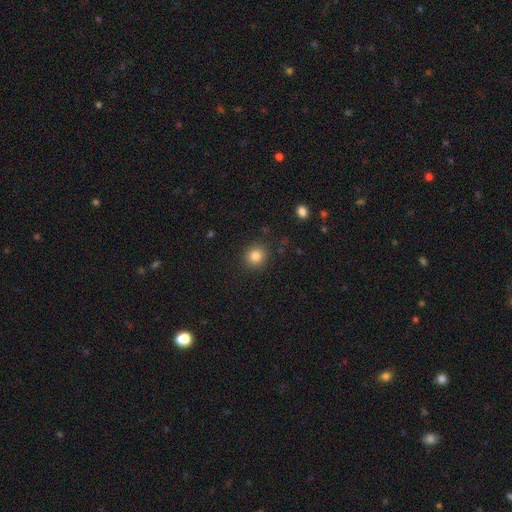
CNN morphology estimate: The model was most divided on "smooth or featured": smooth: 83%, star or artifact: 11%, featured or disk: 5%. More confident: merging — none (89%); how rounded — round (87%).